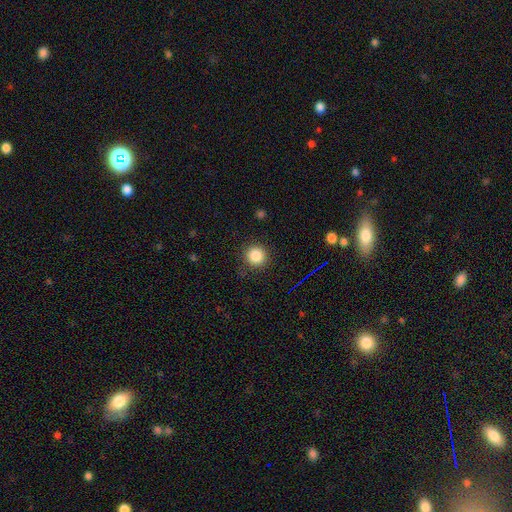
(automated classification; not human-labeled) smooth 85%, star or artifact 11%, featured or disk 4%. Down the decision tree: how rounded — round (93%); merging — none (87%).